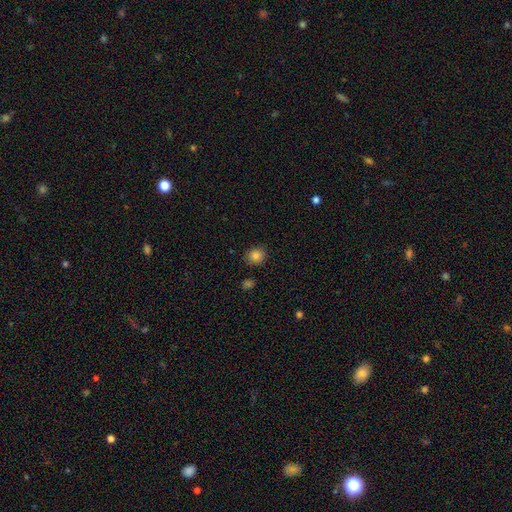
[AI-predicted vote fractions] A smooth galaxy with no disk features (84%) that is round (81%). Merging: none (86%).